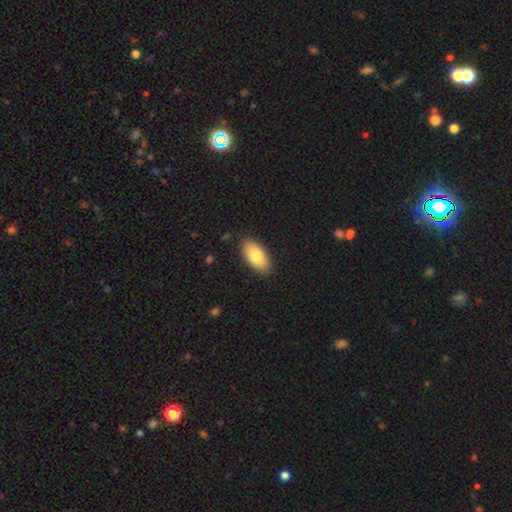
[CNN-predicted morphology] A smooth galaxy with no disk features (78%) that is in between round and cigar-shaped (93%). Merging: none (87%).